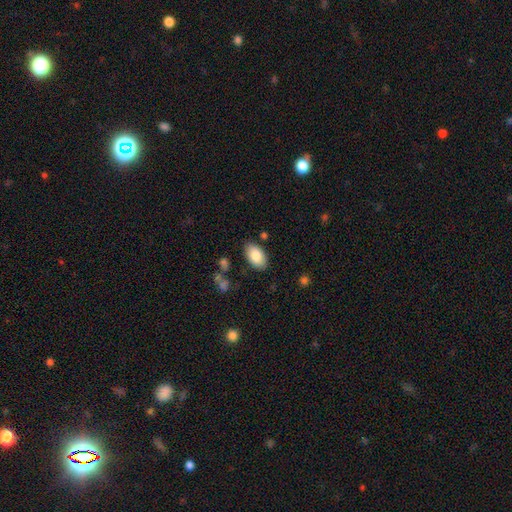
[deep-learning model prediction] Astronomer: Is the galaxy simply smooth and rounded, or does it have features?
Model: smooth — 84%.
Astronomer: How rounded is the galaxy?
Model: in between — 94%.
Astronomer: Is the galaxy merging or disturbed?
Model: none — 84%.